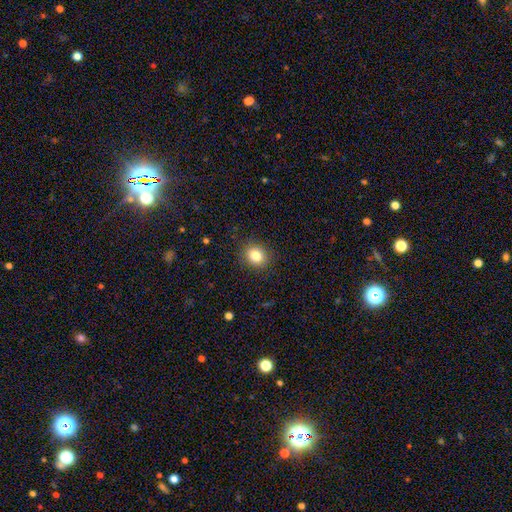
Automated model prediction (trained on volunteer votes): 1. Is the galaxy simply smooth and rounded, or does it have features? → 82% smooth, 11% star or artifact, 7% featured or disk.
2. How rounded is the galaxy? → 66% round, 33% in between, 1% cigar-shaped.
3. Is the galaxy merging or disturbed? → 88% none, 8% minor disturbance, 3% major disturbance, 1% merger.